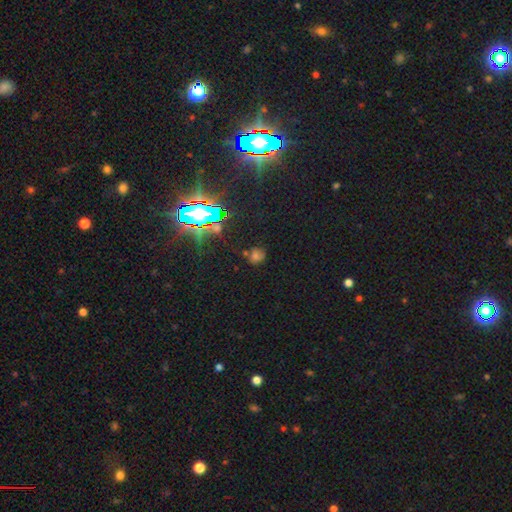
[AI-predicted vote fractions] smooth_or_featured: star or artifact (p=0.59) [alt: smooth p=0.30]